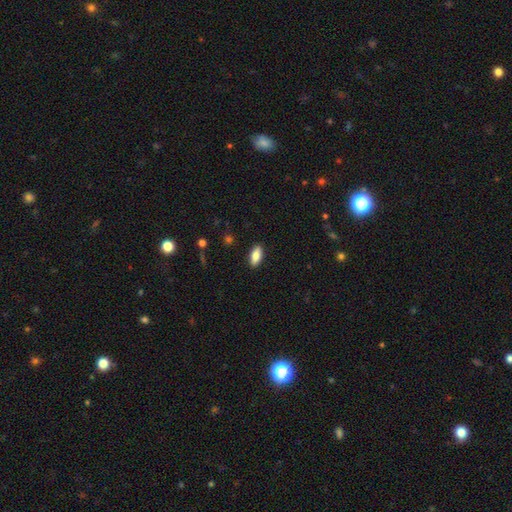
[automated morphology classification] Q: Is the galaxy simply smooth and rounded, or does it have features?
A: smooth — 80%.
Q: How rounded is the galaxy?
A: in between — 82%.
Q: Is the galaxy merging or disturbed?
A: none — 89%.